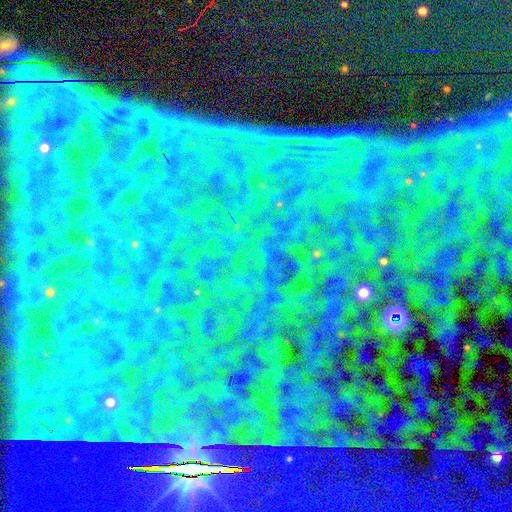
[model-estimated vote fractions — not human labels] Morphology: type=star or artifact (82%).